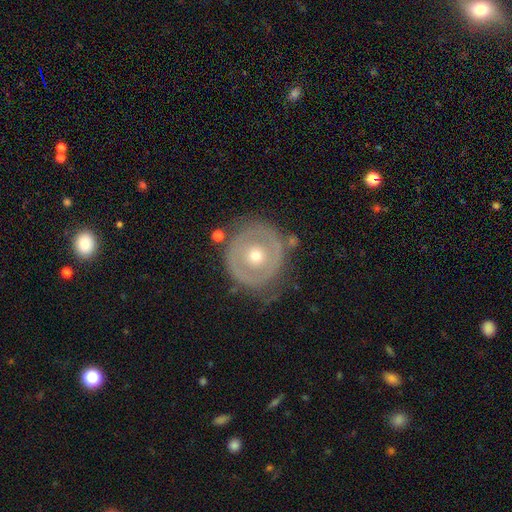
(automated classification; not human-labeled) A featured or disk galaxy (60%) with no bar (88%), no spiral arms (79%) and a moderate central bulge (59%). Merging: none (71%).